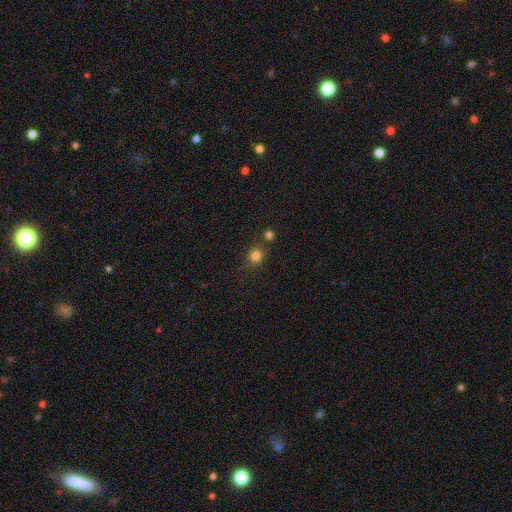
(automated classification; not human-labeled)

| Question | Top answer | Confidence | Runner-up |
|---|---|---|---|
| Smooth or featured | smooth | 80% | star or artifact (14%) |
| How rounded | round | 86% | in between (13%) |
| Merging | none | 75% | merger (12%) |